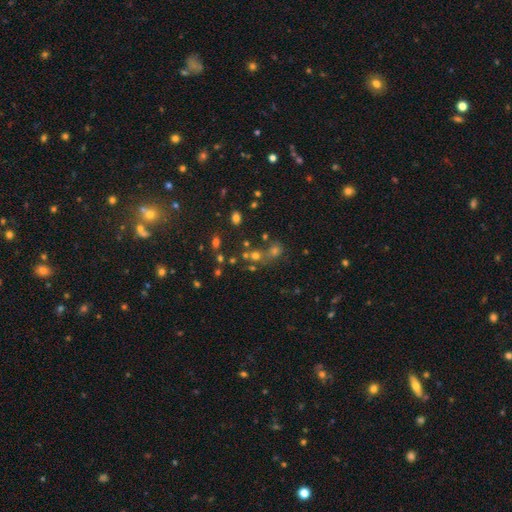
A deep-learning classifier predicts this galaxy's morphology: A smooth galaxy with no disk features (52%) that is round (80%). Merging: none (50%).